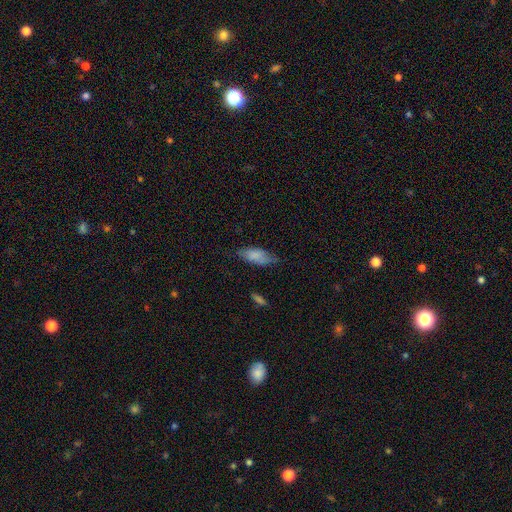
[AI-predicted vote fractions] A smooth galaxy with no disk features (80%) that is in between round and cigar-shaped (77%).

Vote fractions:
- Smooth or featured? smooth: 80% / featured or disk: 13% / star or artifact: 7%
- How rounded? in between: 77% / cigar-shaped: 21% / round: 2%
- Merging? none: 61% / minor disturbance: 30% / major disturbance: 7% / merger: 2%